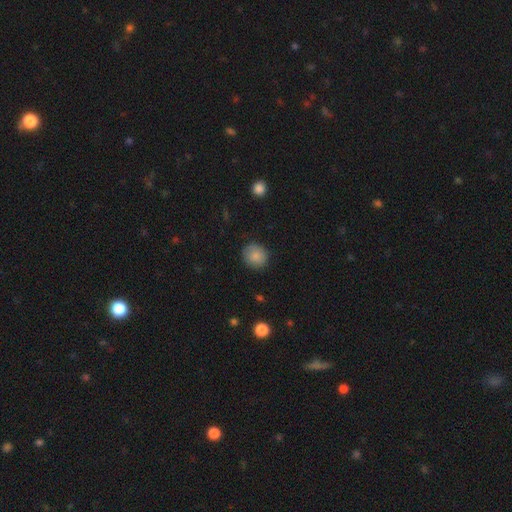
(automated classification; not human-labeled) Morphology: type=smooth (86%); roundness=round (85%); merging=none (86%).